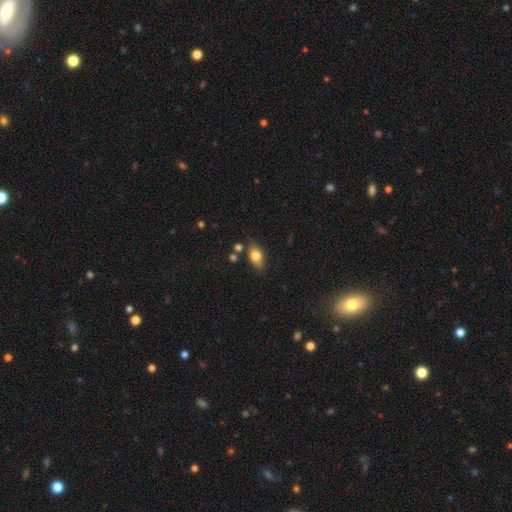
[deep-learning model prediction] smooth 77%, featured or disk 15%, star or artifact 8%. Down the decision tree: how rounded — in between (86%); merging — none (76%).